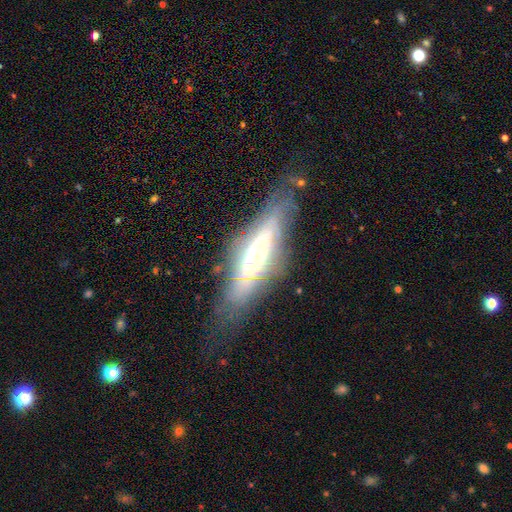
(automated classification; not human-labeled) Overall: featured or disk (66%). Edge-on disk: yes (54%; no 46%). Merging: none (62%; minor disturbance 23%).